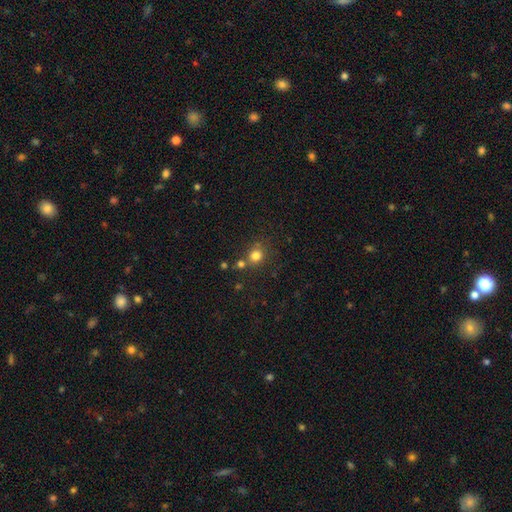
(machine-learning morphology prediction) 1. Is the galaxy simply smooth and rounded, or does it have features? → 78% smooth, 15% star or artifact, 7% featured or disk.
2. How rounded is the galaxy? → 84% round, 15% in between, 1% cigar-shaped.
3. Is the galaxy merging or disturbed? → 67% none, 18% merger, 11% minor disturbance, 4% major disturbance.